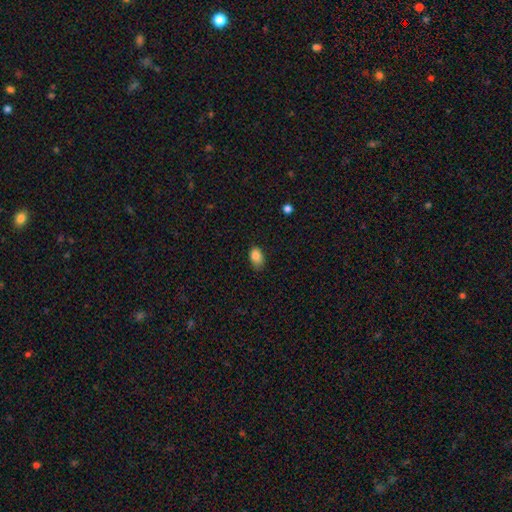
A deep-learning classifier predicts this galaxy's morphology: The model was most divided on "merging": none: 66%, minor disturbance: 27%, major disturbance: 5%, merger: 1%. More confident: how rounded — in between (86%); smooth or featured — smooth (85%).